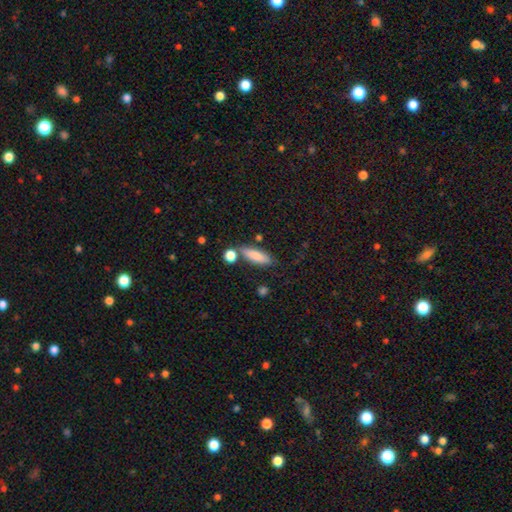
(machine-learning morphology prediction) A smooth galaxy with no disk features (83%) that is cigar-shaped (50%). Merging: none (72%).